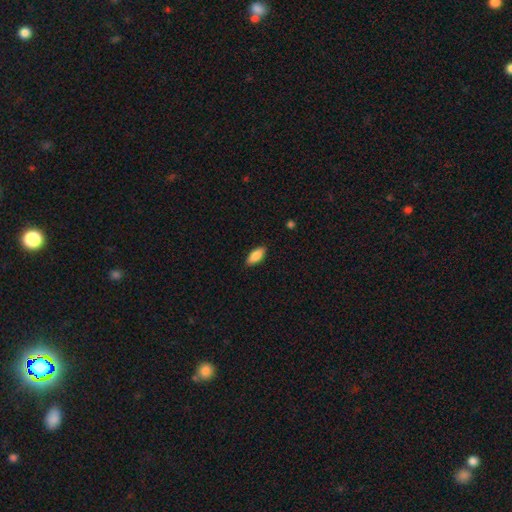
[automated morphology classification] Q: Smooth or featured?
A: smooth (86%); runner-up: featured or disk (7%)
Q: How rounded?
A: in between (82%); runner-up: cigar-shaped (16%)
Q: Merging?
A: none (87%); runner-up: minor disturbance (10%)